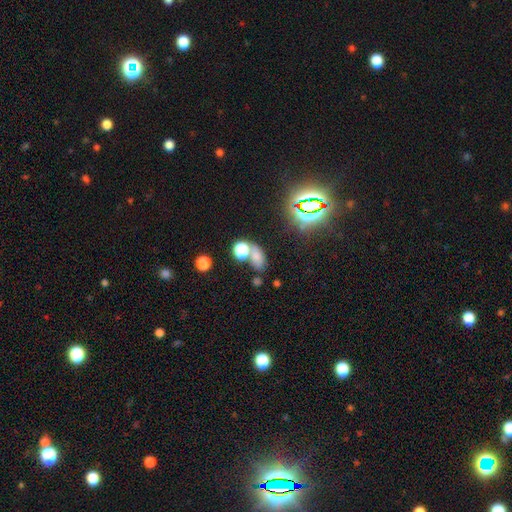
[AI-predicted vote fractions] Morphology: type=smooth (63%); roundness=in between (75%); merging=none (44%).